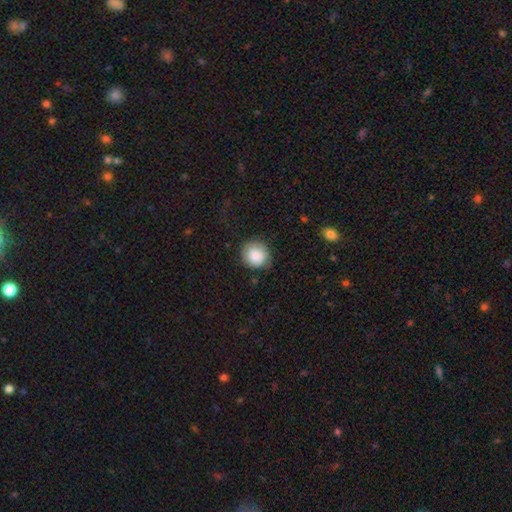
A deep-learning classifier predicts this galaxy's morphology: This appears to be a smooth galaxy with no disk features (86%) that is round (87%). Merging: none (77%).